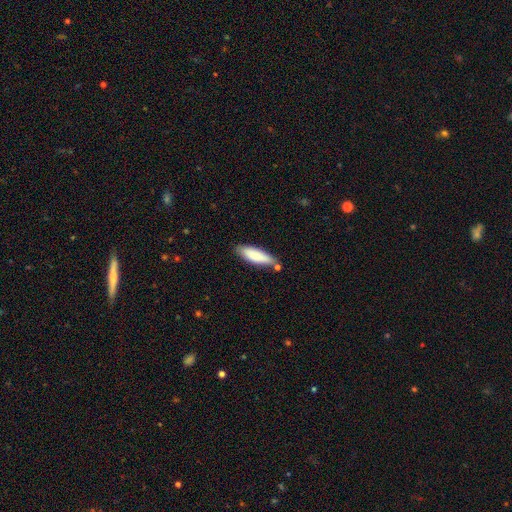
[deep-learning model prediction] This is clearly a smooth galaxy (84%). How rounded: possibly cigar-shaped (53%). Merging: likely none (70%).